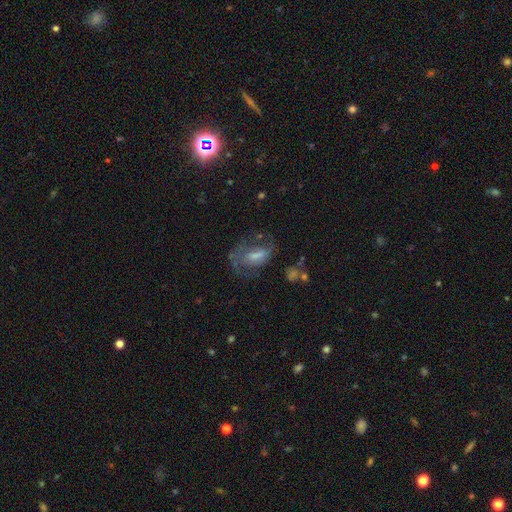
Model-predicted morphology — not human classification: A featured or disk galaxy (56%) with a weak bar (41%), spiral arms (67%) and a moderate central bulge (36%). Merging: none (50%).